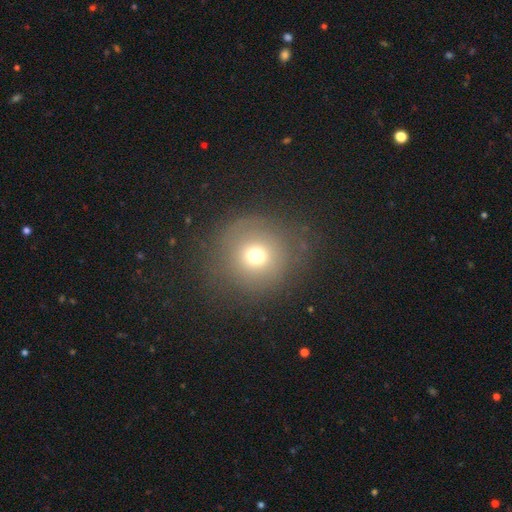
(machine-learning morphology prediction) type=smooth (68%); roundness=round (92%); merging=none (79%).